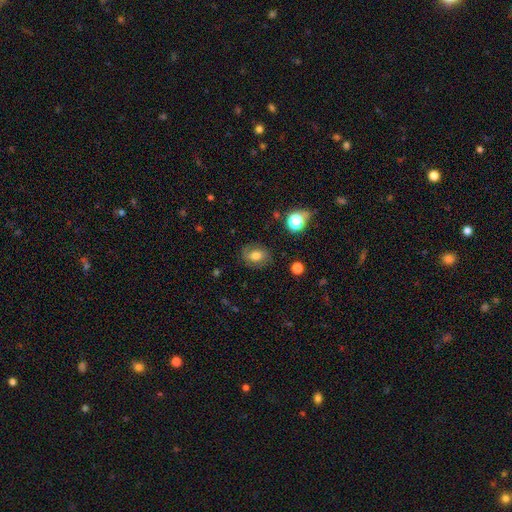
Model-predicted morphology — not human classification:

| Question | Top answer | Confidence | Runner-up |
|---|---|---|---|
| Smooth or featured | smooth | 55% | featured or disk (32%) |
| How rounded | in between | 61% | round (38%) |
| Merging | none | 75% | minor disturbance (17%) |